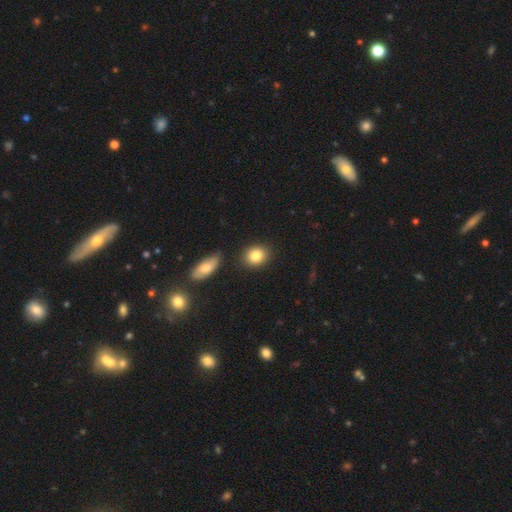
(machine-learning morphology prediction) Smooth or featured: smooth — 83% (star or artifact — 9%)
How rounded: round — 61% (in between — 38%)
Merging: none — 83% (minor disturbance — 9%)